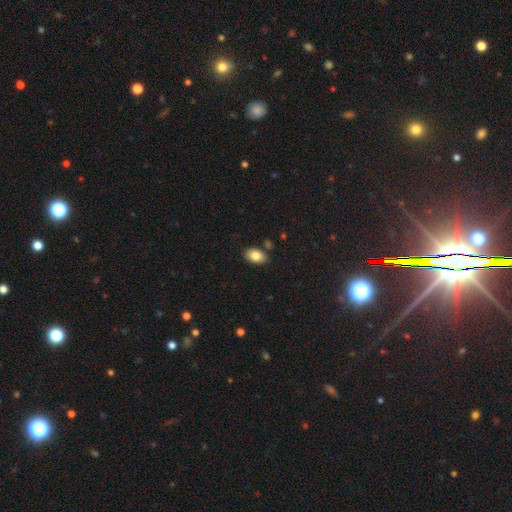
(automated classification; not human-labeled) smooth-or-featured: smooth: 83% | featured or disk: 10% | star or artifact: 8%
  how-rounded: in between: 89% | round: 10% | cigar-shaped: 1%
  merging: none: 84% | minor disturbance: 10% | merger: 4% | major disturbance: 2%